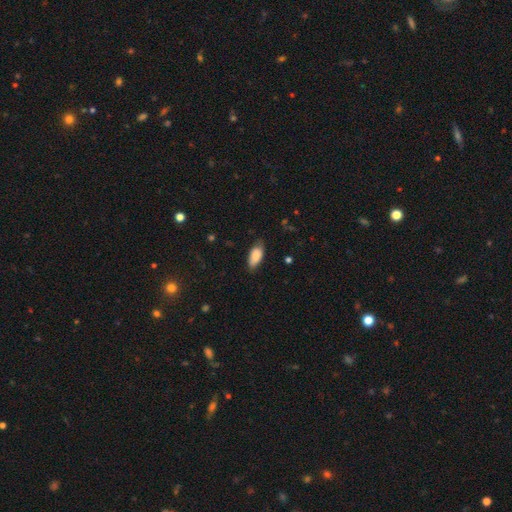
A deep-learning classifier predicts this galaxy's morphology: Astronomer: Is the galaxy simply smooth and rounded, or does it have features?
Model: smooth — 86%.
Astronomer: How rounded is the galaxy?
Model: in between — 89%.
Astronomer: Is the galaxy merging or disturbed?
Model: none — 74%.